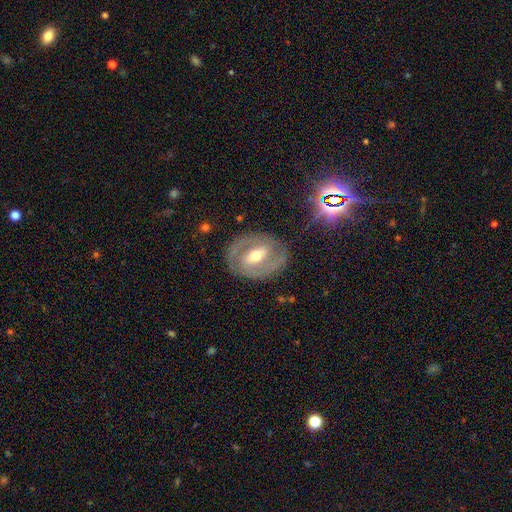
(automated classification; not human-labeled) featured or disk 79%, smooth 16%, star or artifact 5%. Down the decision tree: edge-on disk — no (95%); bar — strong (45%); spiral arms — yes (70%); spiral arm count — 2 (81%); spiral winding — tight (46%); bulge size — moderate (69%); merging — none (81%).